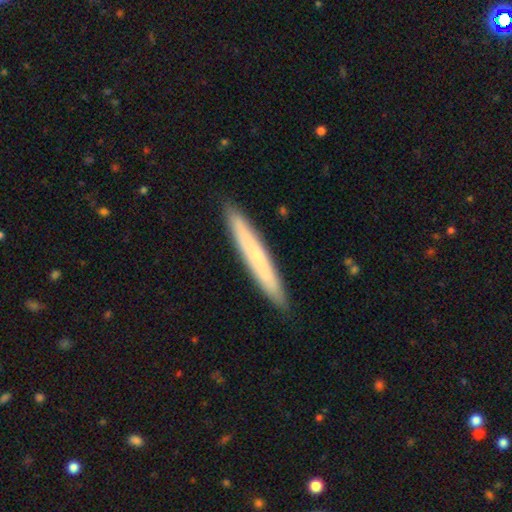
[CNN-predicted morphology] Smooth or featured: smooth — 61% (featured or disk — 33%)
How rounded: cigar-shaped — 96% (in between — 3%)
Merging: none — 91% (minor disturbance — 7%)